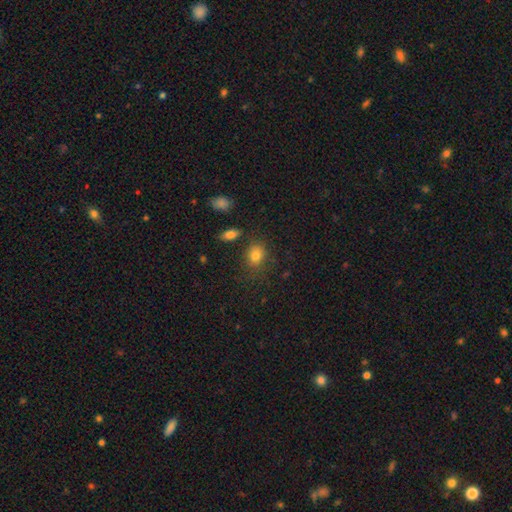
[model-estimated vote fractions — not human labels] Smooth or featured: smooth — 81% (star or artifact — 11%)
How rounded: in between — 49% (tied with round — 49%)
Merging: none — 75% (minor disturbance — 14%)